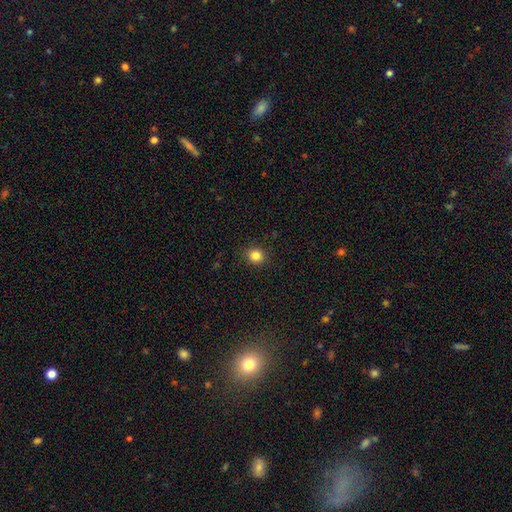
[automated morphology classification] The model was most divided on "how rounded": round: 84%, in between: 15%, cigar-shaped: 1%. More confident: merging — none (90%); smooth or featured — smooth (84%).